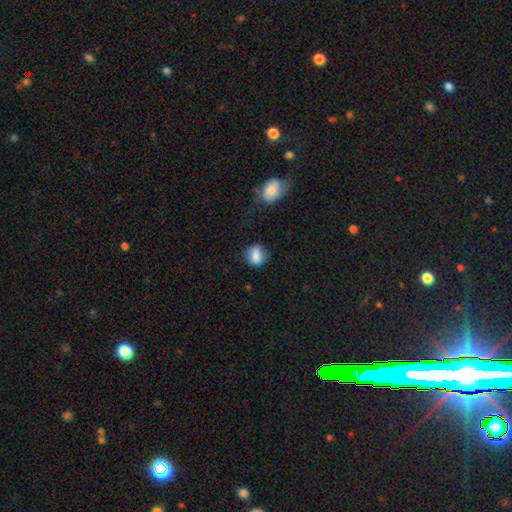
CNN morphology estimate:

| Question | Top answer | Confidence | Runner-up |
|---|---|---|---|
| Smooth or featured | smooth | 82% | featured or disk (9%) |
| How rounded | round | 52% | in between (46%) |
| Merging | none | 66% | minor disturbance (23%) |